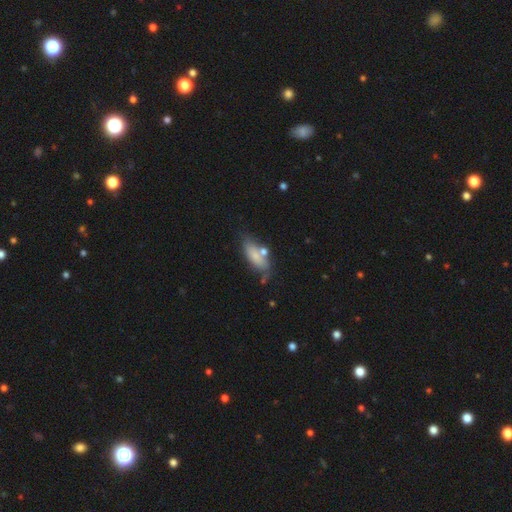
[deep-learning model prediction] smooth 70%, featured or disk 22%, star or artifact 7%. Down the decision tree: how rounded — in between (75%); merging — none (54%).